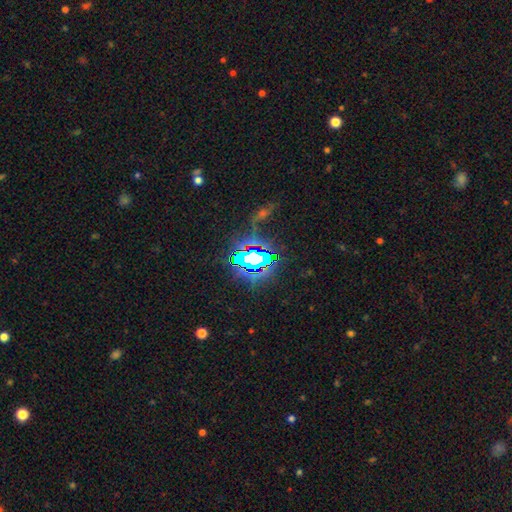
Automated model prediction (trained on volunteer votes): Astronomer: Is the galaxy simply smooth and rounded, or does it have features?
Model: star or artifact — 69%.